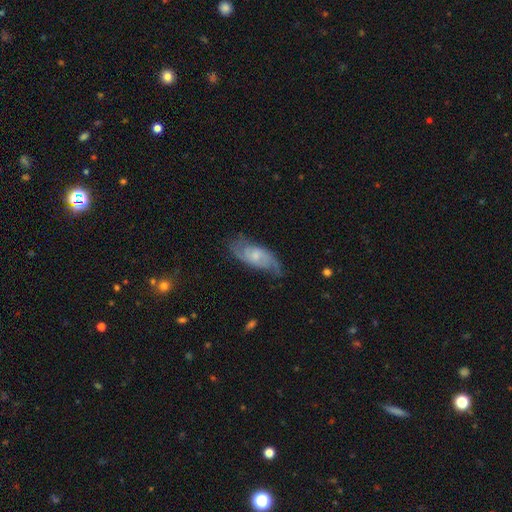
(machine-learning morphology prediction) Smooth or featured?
  - featured or disk: 73% *
  - smooth: 20%
  - star or artifact: 7%
Edge-on disk?
  - no: 92% *
  - yes: 8%
Bar?
  - no: 57% *
  - weak: 37%
  - strong: 6%
Spiral arms?
  - yes: 93% *
  - no: 7%
Spiral winding?
  - medium: 46% *
  - loose: 28%
  - tight: 26%
Spiral arm count?
  - 2: 76% *
  - can't tell: 13%
  - 3: 4%
  - 1: 3%
  - 4: 2%
  - more than 4: 2%
Bulge size?
  - small: 53% *
  - moderate: 35%
  - none: 8%
  - large: 3%
  - dominant: 1%
Merging?
  - none: 67% *
  - minor disturbance: 23%
  - major disturbance: 9%
  - merger: 2%